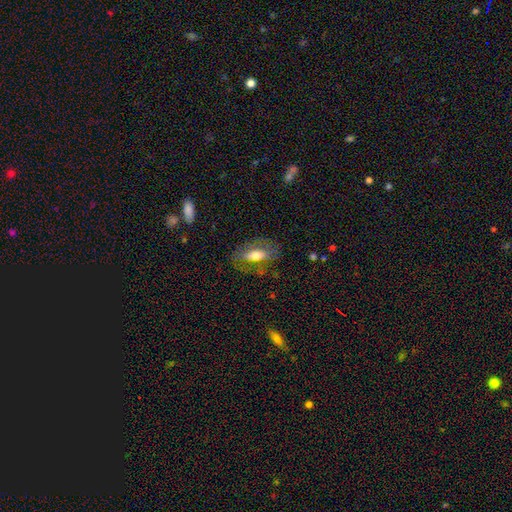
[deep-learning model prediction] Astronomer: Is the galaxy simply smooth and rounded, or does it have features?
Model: smooth — 54% (runner-up: featured or disk, 38%).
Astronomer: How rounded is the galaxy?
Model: in between — 76%.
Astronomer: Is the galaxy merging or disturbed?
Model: none — 72%.